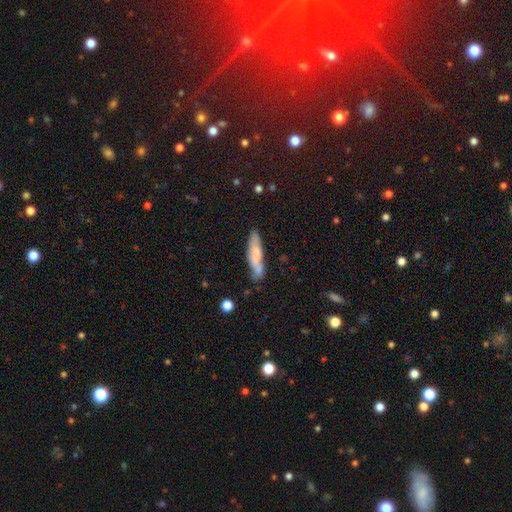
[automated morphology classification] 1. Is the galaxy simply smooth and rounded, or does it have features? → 63% smooth, 30% featured or disk, 8% star or artifact.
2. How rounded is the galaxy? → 77% cigar-shaped, 22% in between, 2% round.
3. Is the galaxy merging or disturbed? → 68% none, 21% minor disturbance, 6% merger, 5% major disturbance.